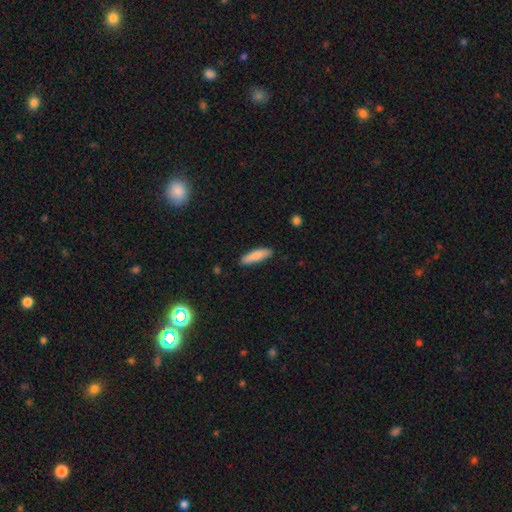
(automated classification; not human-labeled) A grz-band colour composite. It shows a smooth galaxy with no disk features (82%) that is cigar-shaped (71%). Merging: none (88%).